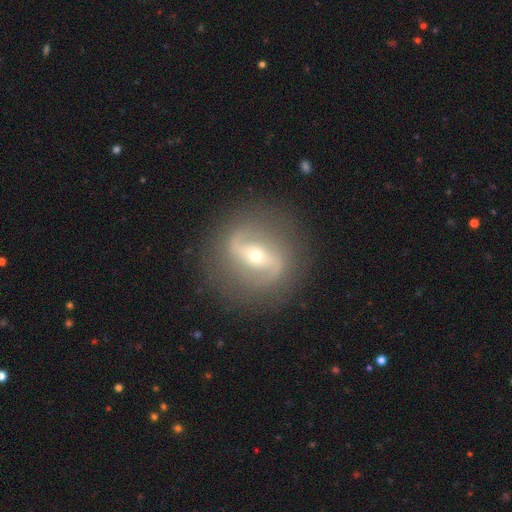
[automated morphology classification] Smooth or featured?
  - featured or disk: 85% *
  - smooth: 9%
  - star or artifact: 7%
Edge-on disk?
  - no: 95% *
  - yes: 5%
Bar?
  - strong: 49% *
  - weak: 30%
  - no: 21%
Spiral arms?
  - yes: 88% *
  - no: 12%
Spiral winding?
  - loose: 45% *
  - medium: 39%
  - tight: 16%
Spiral arm count?
  - 2: 90% *
  - can't tell: 4%
  - 1: 2%
  - 3: 1%
  - 4: 1%
  - more than 4: 1%
Bulge size?
  - small: 58% *
  - moderate: 39%
  - large: 2%
  - dominant: 1%
  - none: 1%
Merging?
  - none: 85% *
  - minor disturbance: 9%
  - major disturbance: 4%
  - merger: 1%